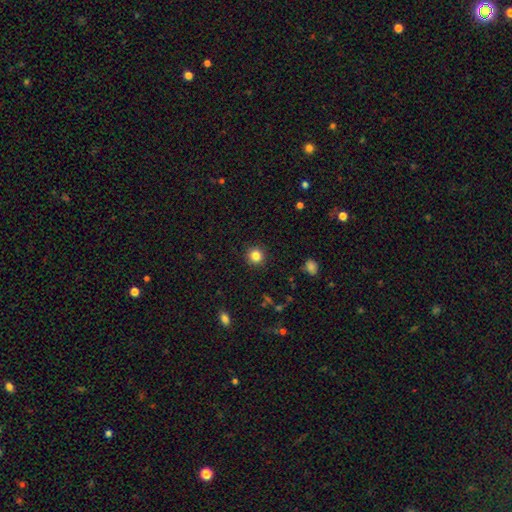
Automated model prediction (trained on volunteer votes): Smooth or featured: smooth — 84% (star or artifact — 11%)
How rounded: round — 94% (in between — 5%)
Merging: none — 92% (minor disturbance — 5%)